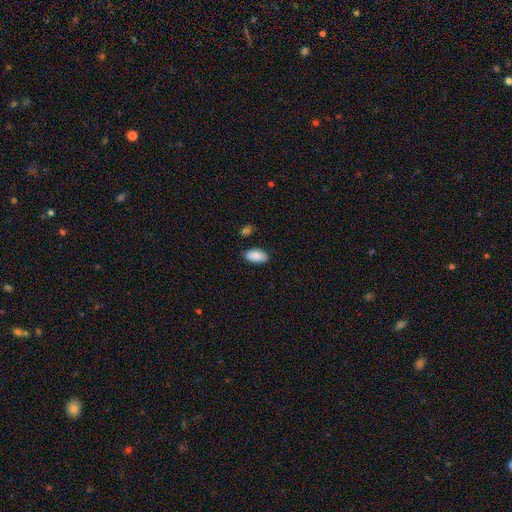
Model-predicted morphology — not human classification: This is clearly a smooth galaxy (89%). How rounded: clearly in between (94%). Merging: clearly none (85%).